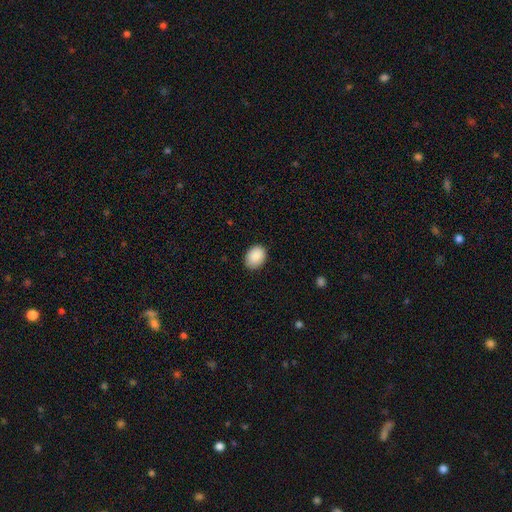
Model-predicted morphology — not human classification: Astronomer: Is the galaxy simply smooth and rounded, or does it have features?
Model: smooth — 90%.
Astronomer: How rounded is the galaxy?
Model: in between — 70%.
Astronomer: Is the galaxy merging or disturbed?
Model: none — 86%.